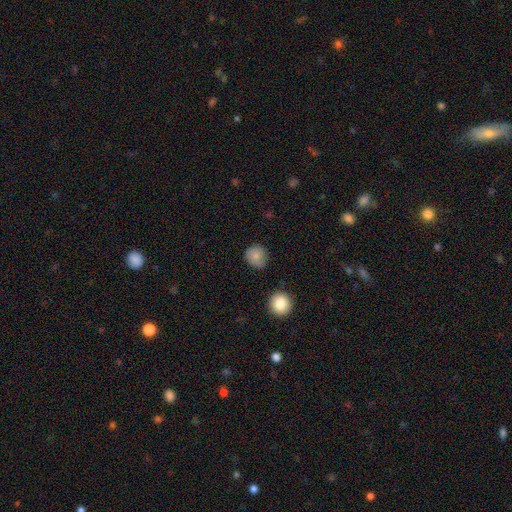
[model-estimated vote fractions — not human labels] Smooth or featured?
  - smooth: 79% *
  - featured or disk: 12%
  - star or artifact: 9%
How rounded?
  - round: 89% *
  - in between: 10%
  - cigar-shaped: 1%
Merging?
  - none: 73% *
  - minor disturbance: 20%
  - major disturbance: 5%
  - merger: 2%